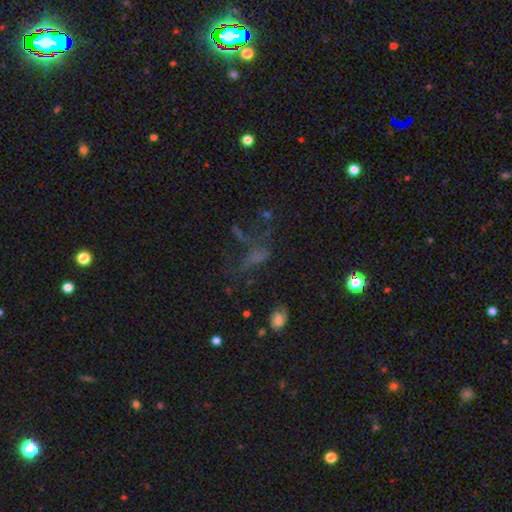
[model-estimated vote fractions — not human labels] A star or artifact, not a galaxy (37%).